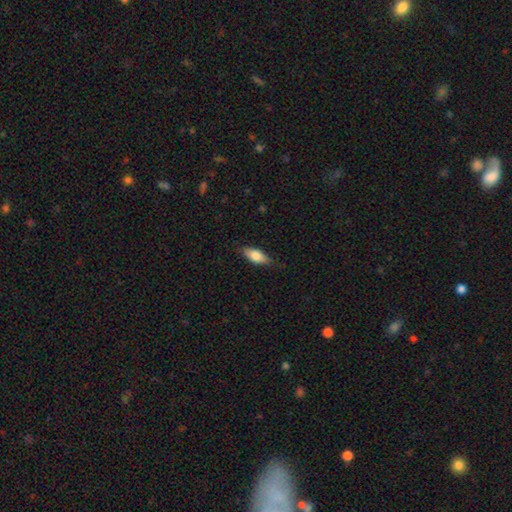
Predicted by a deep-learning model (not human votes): Morphology: type=smooth (79%); roundness=in between (81%); merging=none (80%).